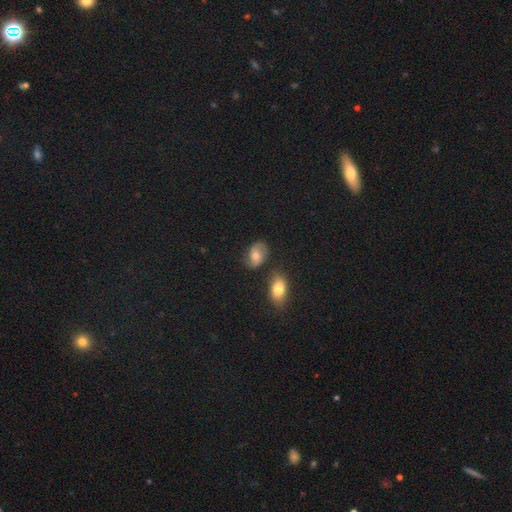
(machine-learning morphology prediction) Overall: smooth (58%; featured or disk 32%). How rounded: in between (81%). Merging: none (67%).